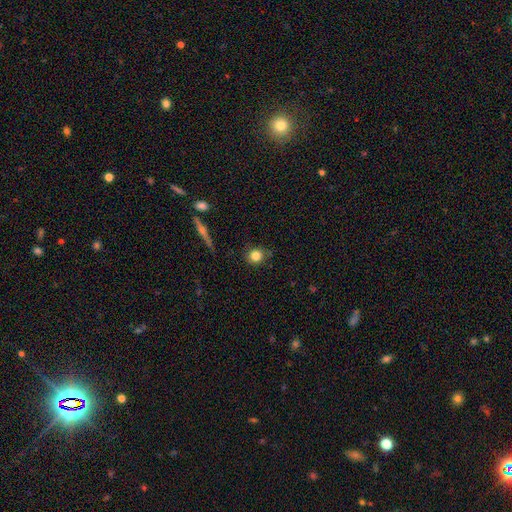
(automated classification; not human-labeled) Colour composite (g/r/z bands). It shows a smooth galaxy with no disk features (81%) that is round (88%). Merging: none (81%).